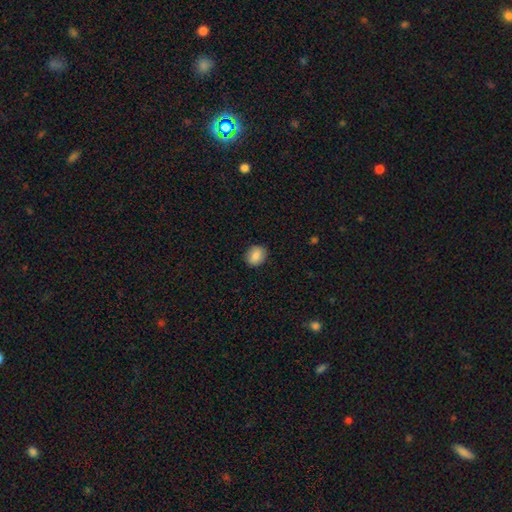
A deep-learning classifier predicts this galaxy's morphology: smooth 87%, star or artifact 8%, featured or disk 5%. Down the decision tree: how rounded — round (60%); merging — none (89%).